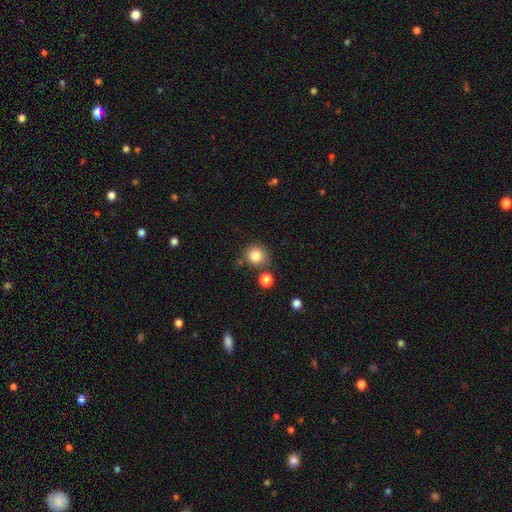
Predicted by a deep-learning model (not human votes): smooth-or-featured: smooth: 82% | star or artifact: 11% | featured or disk: 7%
  how-rounded: round: 91% | in between: 8% | cigar-shaped: 1%
  merging: none: 75% | minor disturbance: 12% | merger: 10% | major disturbance: 4%